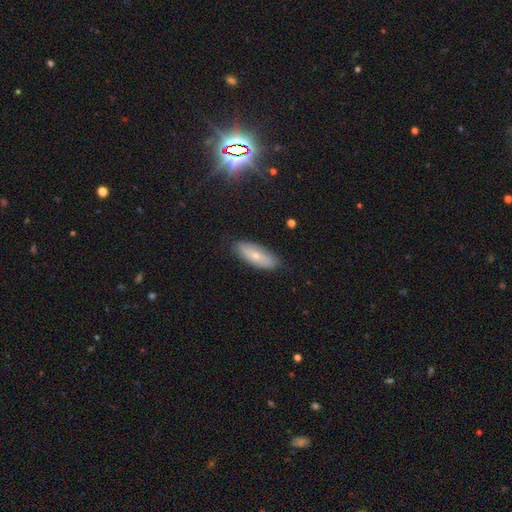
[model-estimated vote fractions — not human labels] A smooth galaxy with no disk features (62%) that is in between round and cigar-shaped (73%). Merging: none (83%).